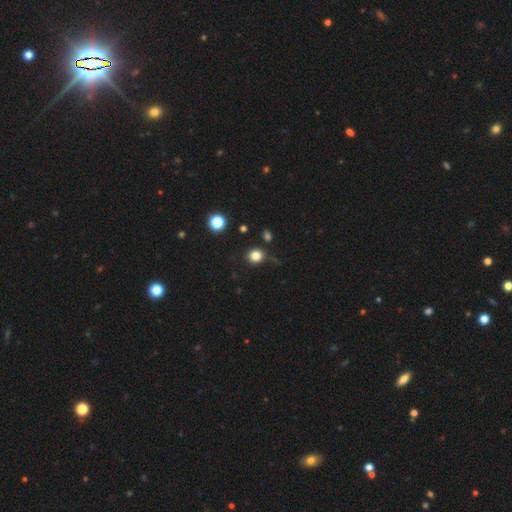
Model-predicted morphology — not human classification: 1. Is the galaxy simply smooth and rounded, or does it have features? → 82% smooth, 13% star or artifact, 5% featured or disk.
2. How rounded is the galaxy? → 86% round, 13% in between, 1% cigar-shaped.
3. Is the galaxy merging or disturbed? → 83% none, 11% minor disturbance, 3% merger, 3% major disturbance.